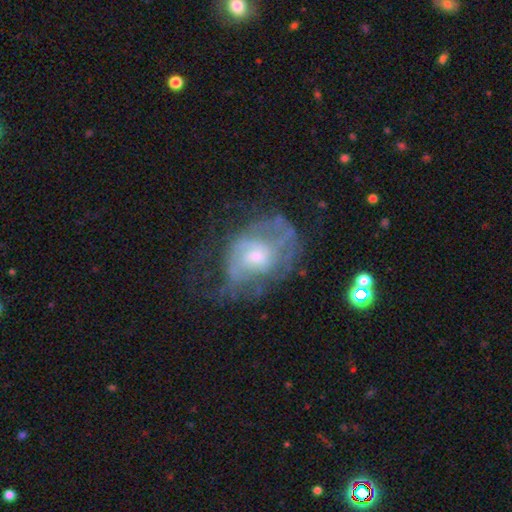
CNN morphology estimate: type=featured or disk (67%); edge-on=no (97%); bar=no (68%); spiral arms=yes (59%); bulge=moderate (50%); merging=major disturbance (39%).